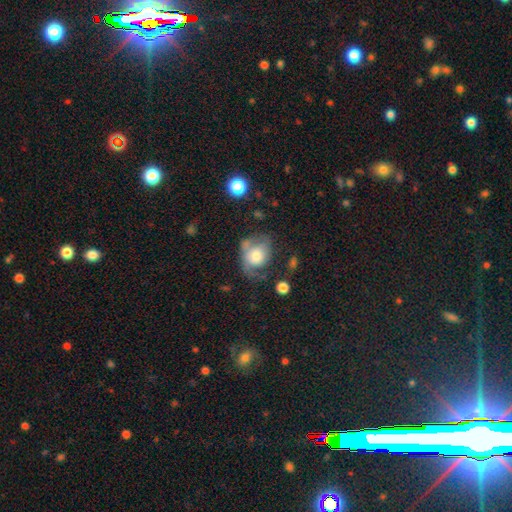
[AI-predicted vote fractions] This appears to be a smooth galaxy with no disk features (54%) that is round (49%, tied with in between). Merging: none (33%).